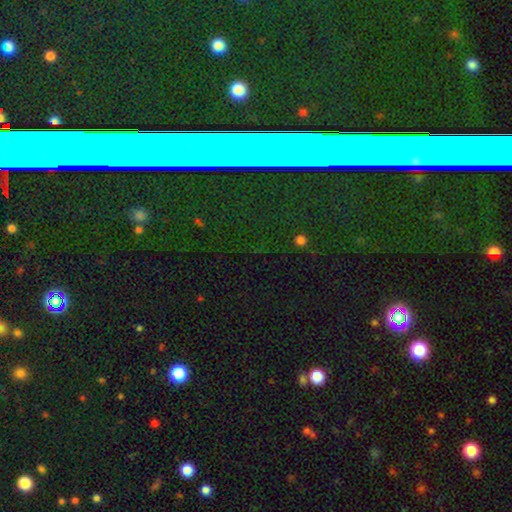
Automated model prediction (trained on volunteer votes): Morphology: type=star or artifact (74%).